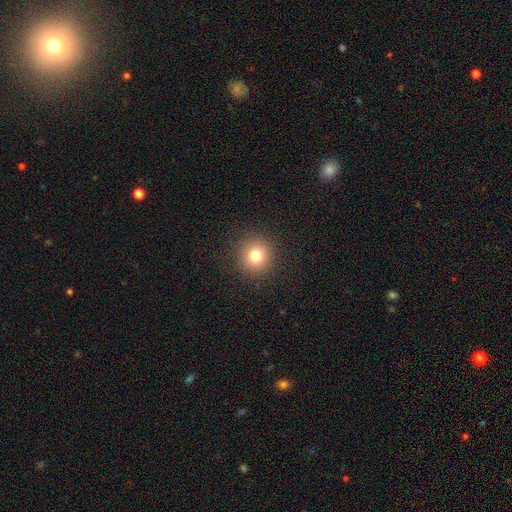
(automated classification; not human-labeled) A smooth galaxy with no disk features (79%) that is round (94%). Merging: none (91%).